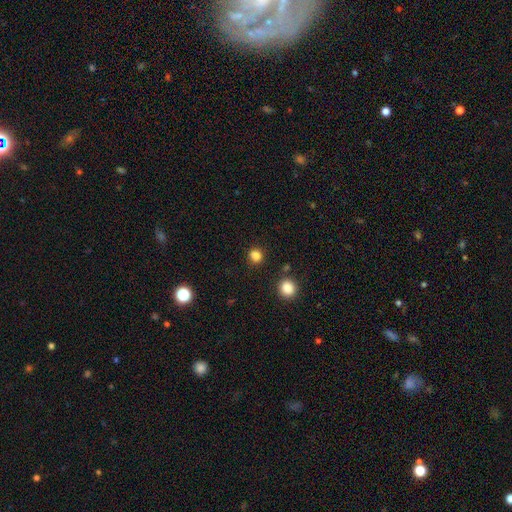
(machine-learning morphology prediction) This is clearly a smooth galaxy (83%). How rounded: clearly round (81%). Merging: clearly none (85%).